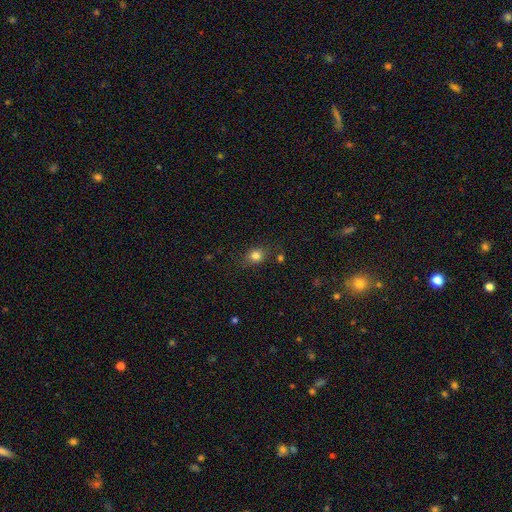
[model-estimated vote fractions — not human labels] smooth 80%, star or artifact 13%, featured or disk 7%. Down the decision tree: how rounded — round (63%); merging — none (76%).